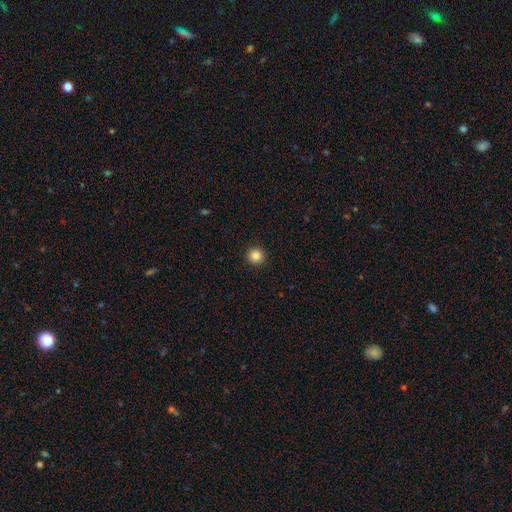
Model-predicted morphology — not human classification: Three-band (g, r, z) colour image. It shows a smooth galaxy with no disk features (85%) that is round (95%). Merging: none (93%).